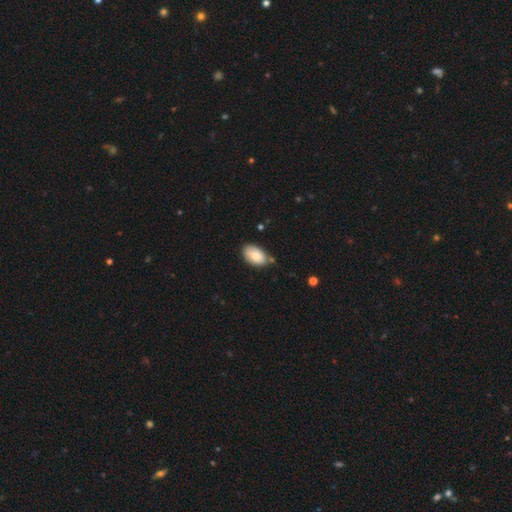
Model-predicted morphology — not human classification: The model was most divided on "merging": none: 68%, minor disturbance: 23%, merger: 5%, major disturbance: 4%. More confident: how rounded — in between (93%); smooth or featured — smooth (81%).